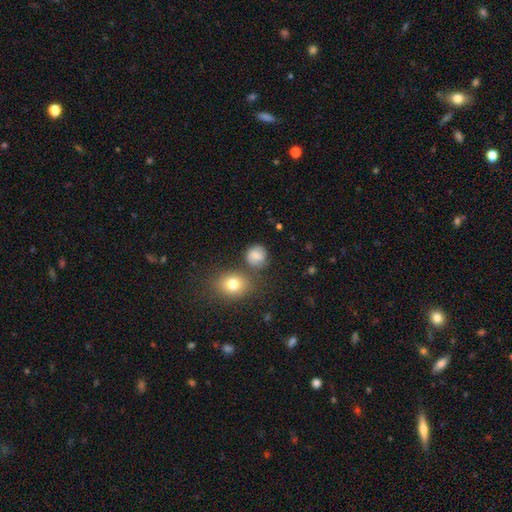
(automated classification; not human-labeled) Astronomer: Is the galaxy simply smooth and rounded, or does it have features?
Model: smooth — 76%.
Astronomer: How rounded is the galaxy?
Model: round — 83%.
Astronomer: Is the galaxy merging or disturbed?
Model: none — 72%.